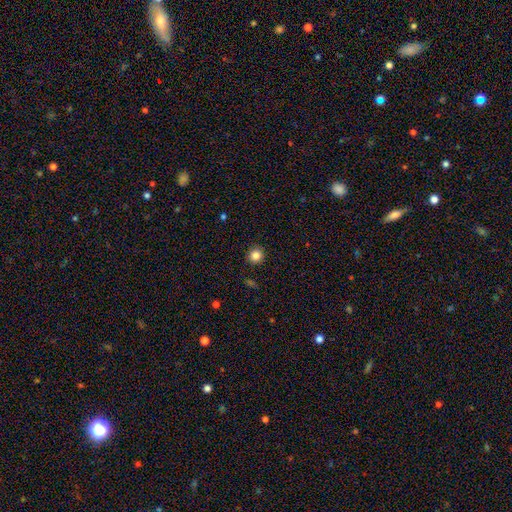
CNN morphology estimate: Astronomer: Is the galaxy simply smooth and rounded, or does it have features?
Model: smooth — 83%.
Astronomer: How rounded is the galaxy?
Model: round — 93%.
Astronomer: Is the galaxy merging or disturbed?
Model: none — 91%.